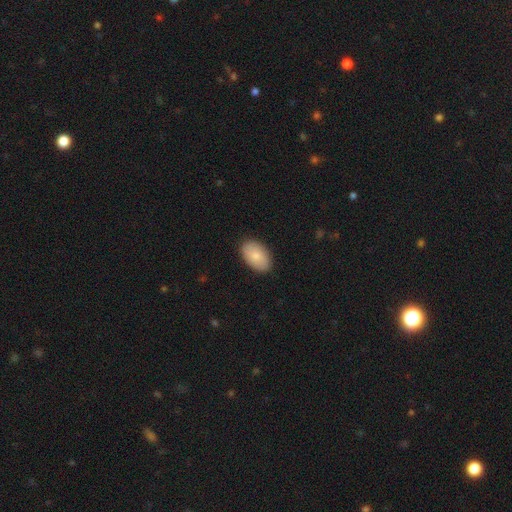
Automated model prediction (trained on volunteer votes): smooth-or-featured: smooth: 81% | featured or disk: 13% | star or artifact: 6%
  how-rounded: in between: 92% | round: 7% | cigar-shaped: 1%
  merging: none: 88% | minor disturbance: 9% | major disturbance: 2% | merger: 1%